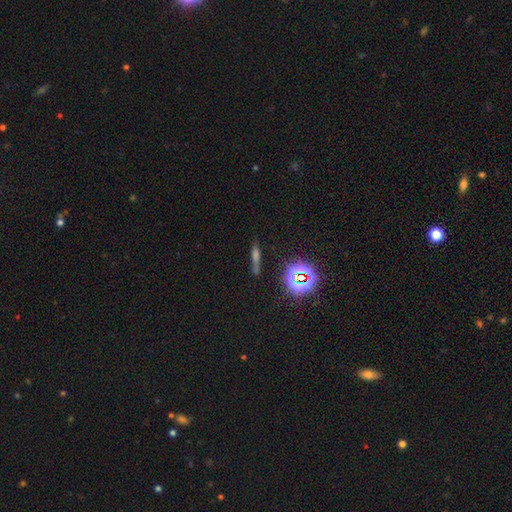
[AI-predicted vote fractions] Smooth or featured? smooth (40%)
Merging? none (78%)